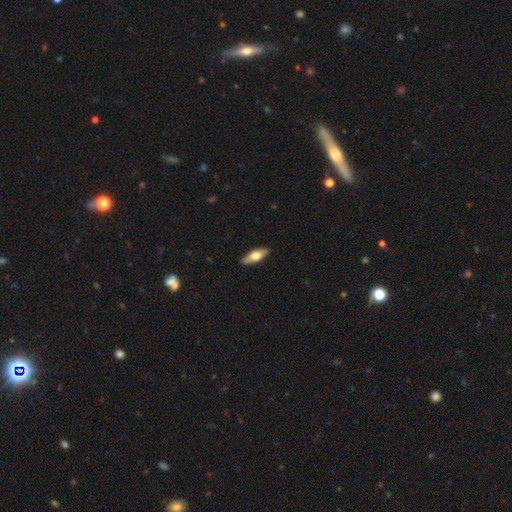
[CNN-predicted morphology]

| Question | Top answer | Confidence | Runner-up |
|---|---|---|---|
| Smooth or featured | smooth | 57% | featured or disk (38%) |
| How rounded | in between | 62% | cigar-shaped (35%) |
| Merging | none | 90% | minor disturbance (8%) |